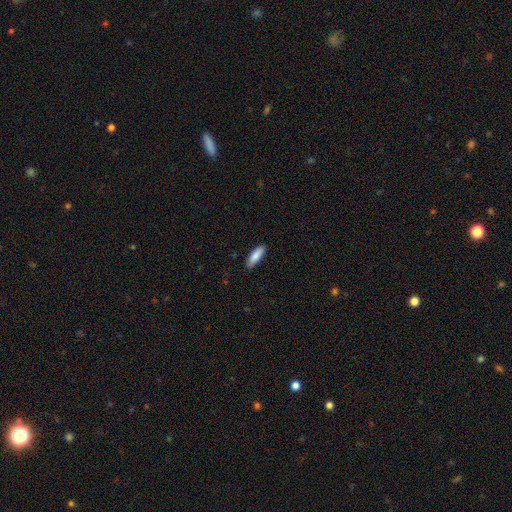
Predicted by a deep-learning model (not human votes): smooth_or_featured: smooth (p=0.85) [alt: featured or disk p=0.09]
how_rounded: in between (p=0.52) [alt: cigar-shaped p=0.47]
merging: none (p=0.87) [alt: minor disturbance p=0.10]